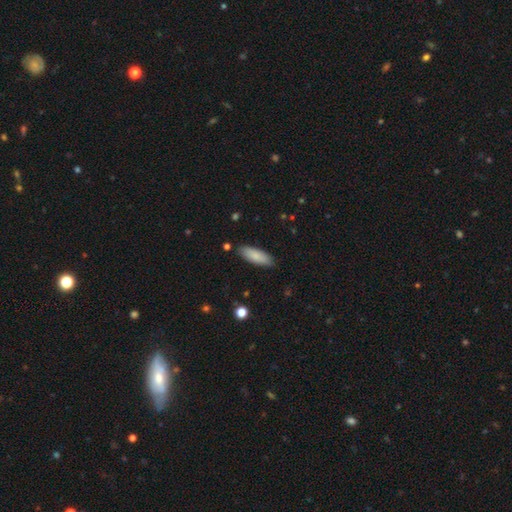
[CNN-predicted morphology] Smooth or featured: smooth — 85% (featured or disk — 9%)
How rounded: in between — 61% (cigar-shaped — 37%)
Merging: none — 87% (minor disturbance — 10%)